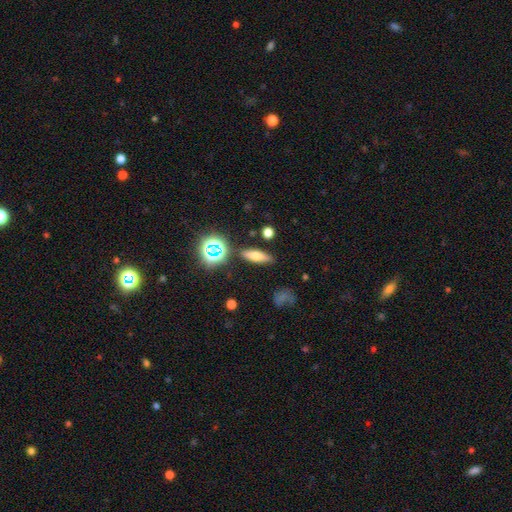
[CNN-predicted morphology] A smooth galaxy with no disk features (64%) that is cigar-shaped (49%).

Vote fractions:
- Smooth or featured? smooth: 64% / featured or disk: 20% / star or artifact: 16%
- How rounded? cigar-shaped: 49% / in between: 44% / round: 7%
- Merging? none: 84% / minor disturbance: 10% / merger: 3% / major disturbance: 3%